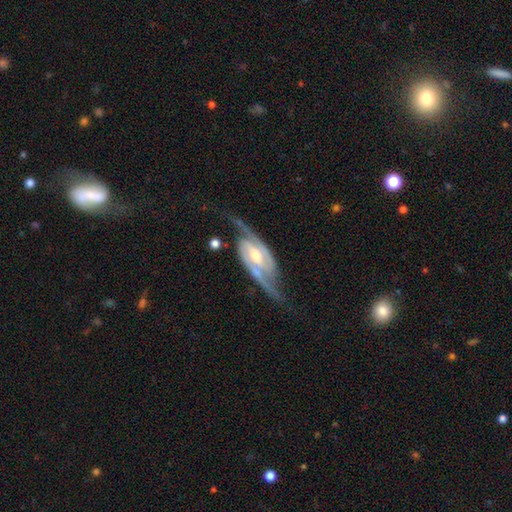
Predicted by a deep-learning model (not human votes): A featured or disk galaxy (92%) with a weak bar (42%), 2 (92%) medium (49%) spiral arms (98%) and a moderate central bulge (62%).

Vote fractions:
- Smooth or featured? featured or disk: 92% / smooth: 4% / star or artifact: 4%
- Edge-on disk? no: 94% / yes: 6%
- Bar? weak: 42% / strong: 30% / no: 28%
- Spiral arms? yes: 98% / no: 2%
- Spiral winding? medium: 49% / loose: 26% / tight: 24%
- Spiral arm count? 2: 92% / can't tell: 2% / 3: 2% / 1: 1% / 4: 1% / more than 4: 1%
- Bulge size? moderate: 62% / small: 31% / large: 4% / none: 1% / dominant: 1%
- Merging? none: 71% / minor disturbance: 17% / major disturbance: 9% / merger: 3%